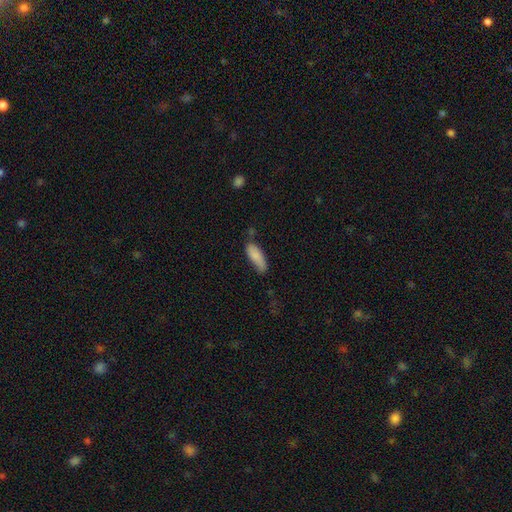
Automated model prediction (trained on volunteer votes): Overall: smooth (86%). How rounded: in between (63%; cigar-shaped 35%). Merging: none (57%; minor disturbance 30%).